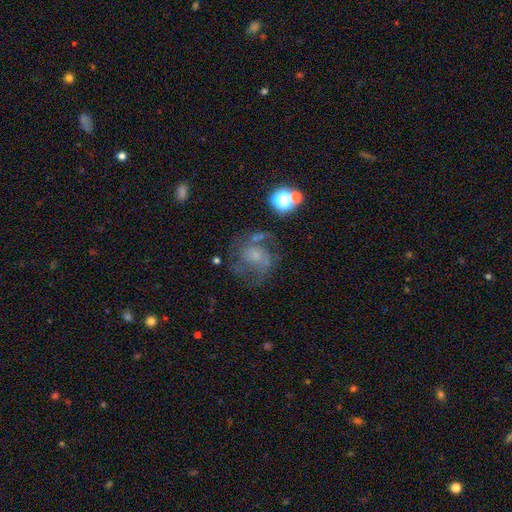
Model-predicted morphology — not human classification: Smooth or featured? Predicted: featured or disk (p=0.68). Edge-on disk? Predicted: no (p=0.98). Bar? Predicted: no (p=0.71). Spiral arms? Predicted: yes (p=0.86). Spiral winding? Predicted: medium (p=0.49). Spiral arm count? Predicted: 2 (p=0.42). Bulge size? Predicted: small (p=0.47). Merging? Predicted: none (p=0.53).